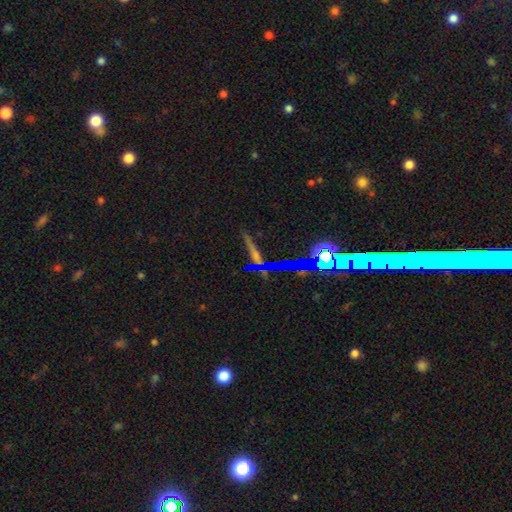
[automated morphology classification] A star or artifact, not a galaxy (53%).

Vote fractions:
- Smooth or featured? star or artifact: 53% / featured or disk: 27% / smooth: 20%